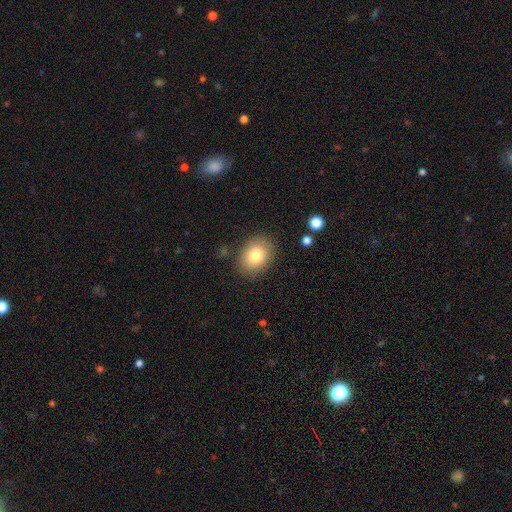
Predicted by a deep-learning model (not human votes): Q: Smooth or featured?
A: smooth (79%); runner-up: featured or disk (11%)
Q: How rounded?
A: in between (57%); runner-up: round (42%)
Q: Merging?
A: none (85%); runner-up: minor disturbance (10%)